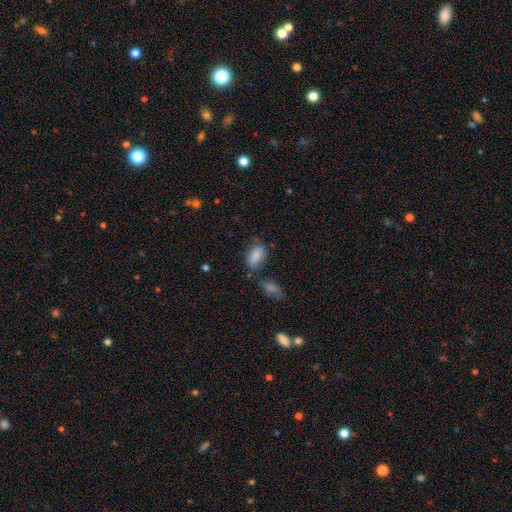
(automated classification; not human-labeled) This is clearly a smooth galaxy (86%). How rounded: clearly in between (92%). Merging: possibly none (60%).